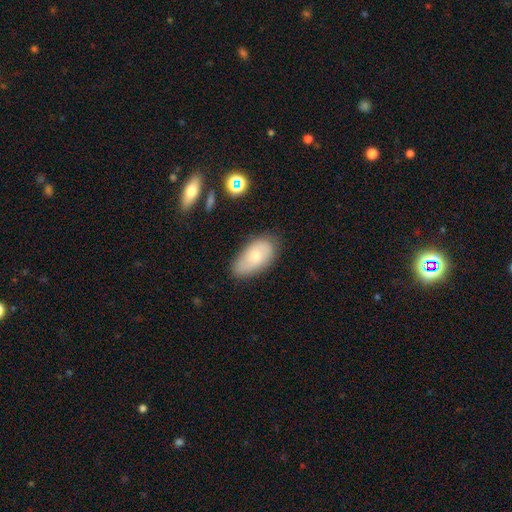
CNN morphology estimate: smooth_or_featured: smooth (p=0.63) [alt: featured or disk p=0.29]
how_rounded: in between (p=0.93) [alt: round p=0.05]
merging: none (p=0.70) [alt: minor disturbance p=0.23]